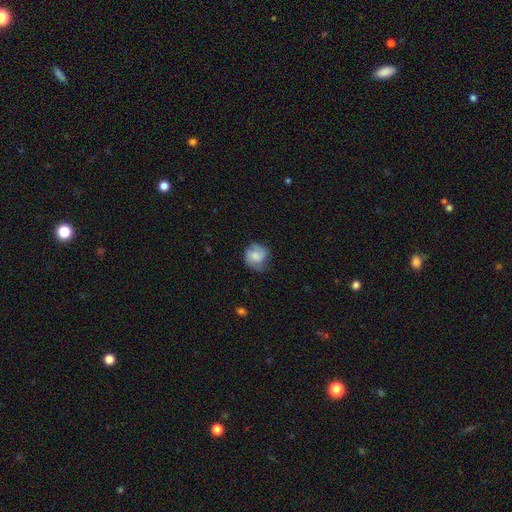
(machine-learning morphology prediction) This appears to be a smooth galaxy with no disk features (57%) that is round (77%). Merging: none (58%).